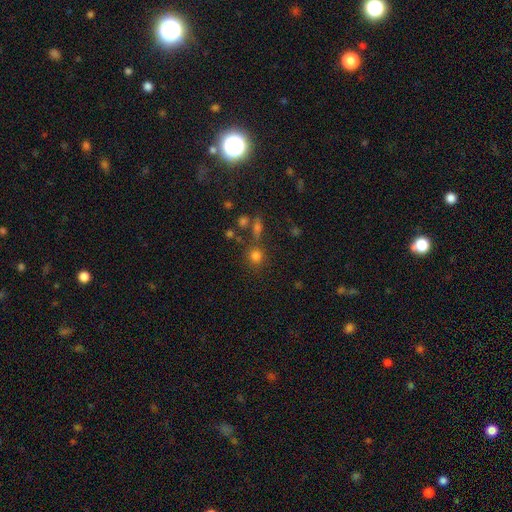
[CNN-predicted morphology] Overall: smooth (77%). How rounded: round (88%). Merging: none (72%).